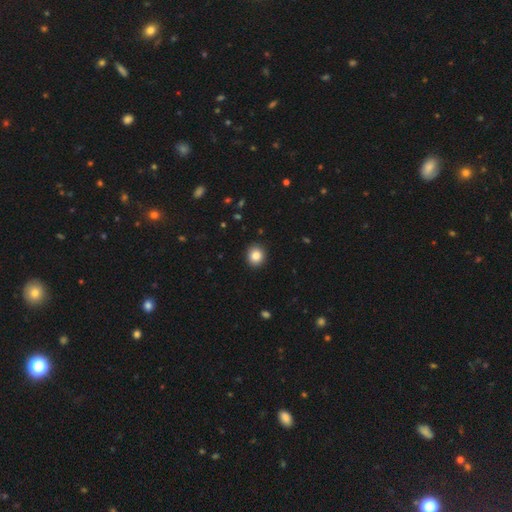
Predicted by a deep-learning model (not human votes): This appears to be a smooth galaxy with no disk features (85%) that is round (79%). Merging: none (91%).